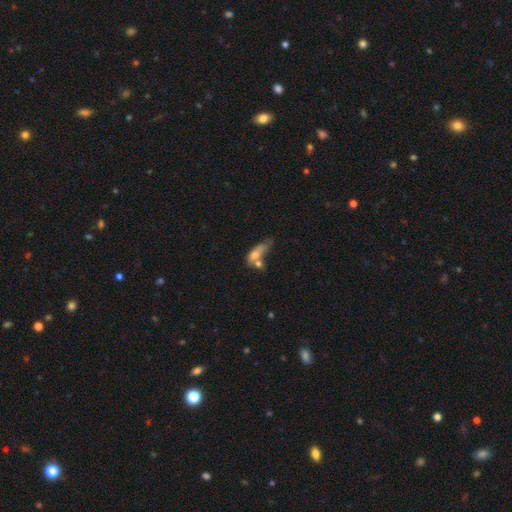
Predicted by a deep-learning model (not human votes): Q: Smooth or featured?
A: smooth (63%); runner-up: featured or disk (27%)
Q: How rounded?
A: in between (66%); runner-up: cigar-shaped (27%)
Q: Merging?
A: merger (45%); runner-up: none (20%)